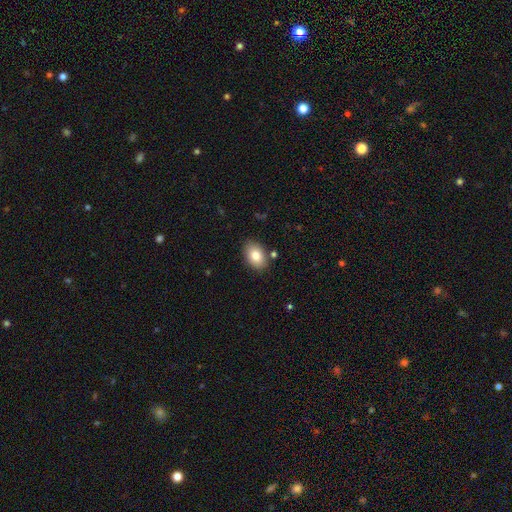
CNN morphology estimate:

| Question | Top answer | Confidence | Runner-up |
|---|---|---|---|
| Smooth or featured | smooth | 82% | featured or disk (10%) |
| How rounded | in between | 86% | round (12%) |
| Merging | none | 85% | minor disturbance (10%) |